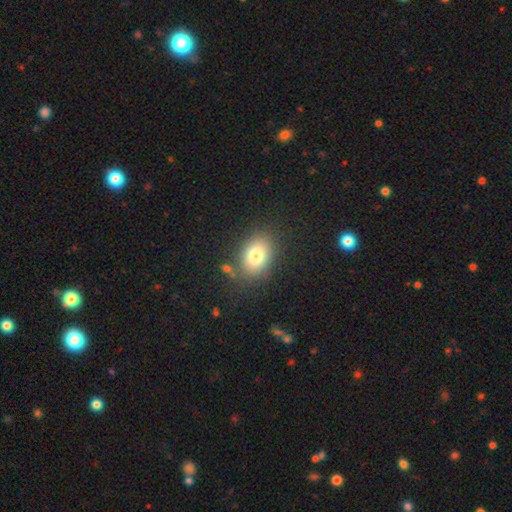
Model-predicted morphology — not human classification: This is likely a smooth galaxy (80%). How rounded: likely in between (73%). Merging: clearly none (81%).